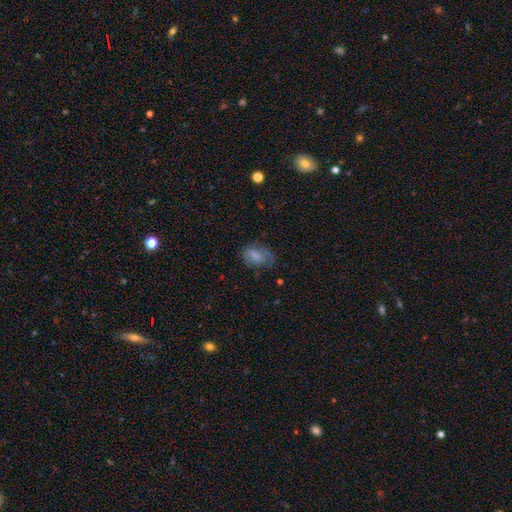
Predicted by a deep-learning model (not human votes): Q: Smooth or featured?
A: smooth (68%); runner-up: featured or disk (23%)
Q: How rounded?
A: in between (83%); runner-up: round (14%)
Q: Merging?
A: none (49%); runner-up: minor disturbance (30%)